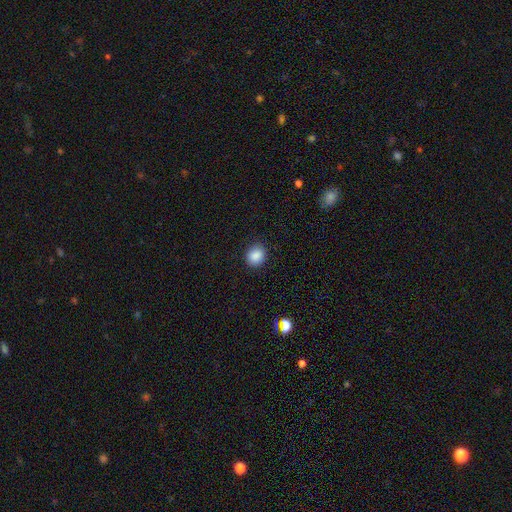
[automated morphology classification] smooth_or_featured: smooth (p=0.88) [alt: star or artifact p=0.09]
how_rounded: round (p=0.71) [alt: in between p=0.28]
merging: none (p=0.88) [alt: minor disturbance p=0.08]